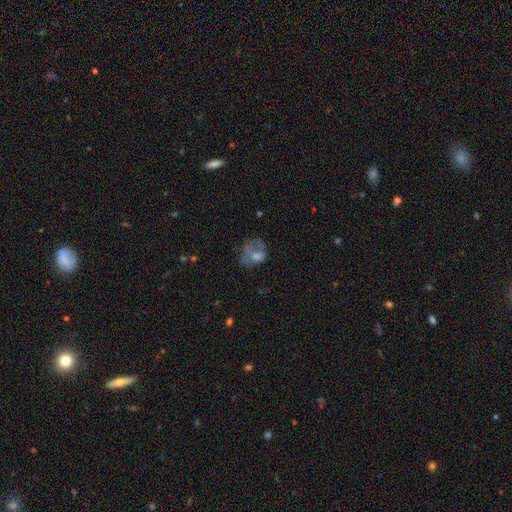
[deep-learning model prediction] Morphology: type=smooth (42%); merging=none (41%).